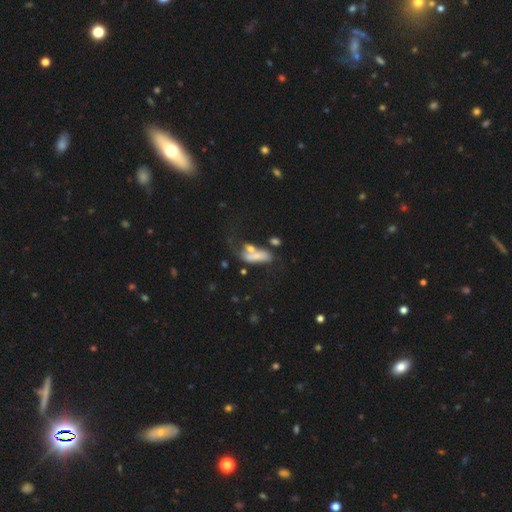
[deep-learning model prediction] This appears to be a smooth galaxy with no disk features (58%) that is in between round and cigar-shaped (69%). Merging: merger (39%).